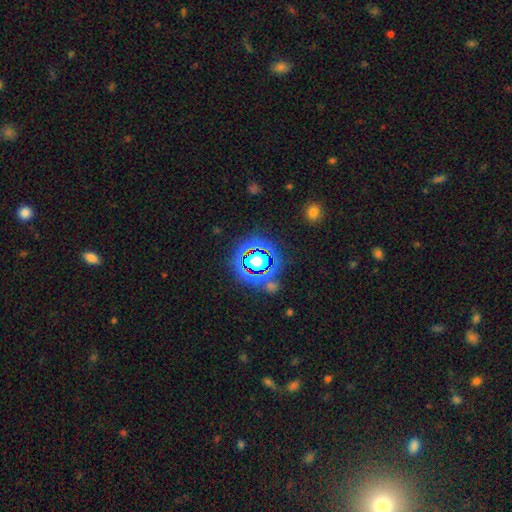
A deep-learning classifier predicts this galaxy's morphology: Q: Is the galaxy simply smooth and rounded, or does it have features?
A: star or artifact — 64%.